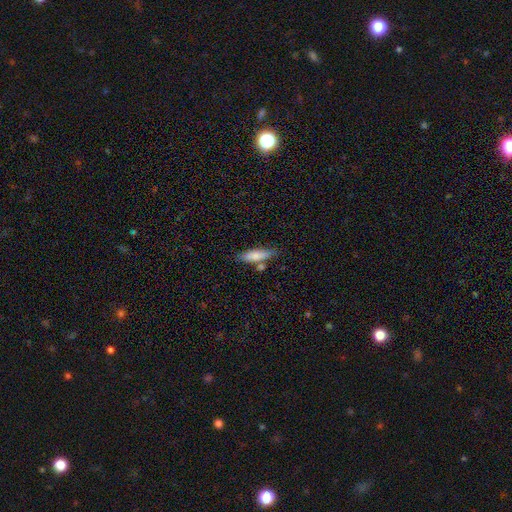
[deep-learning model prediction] The model was most divided on "how rounded": cigar-shaped: 62%, in between: 36%, round: 2%. More confident: smooth or featured — smooth (76%); merging — none (66%).